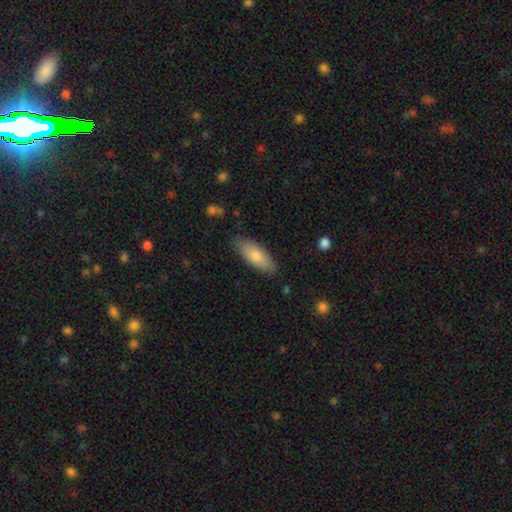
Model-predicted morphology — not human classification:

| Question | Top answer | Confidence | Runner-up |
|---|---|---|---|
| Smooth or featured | smooth | 75% | featured or disk (19%) |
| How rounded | in between | 68% | cigar-shaped (30%) |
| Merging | none | 84% | minor disturbance (12%) |